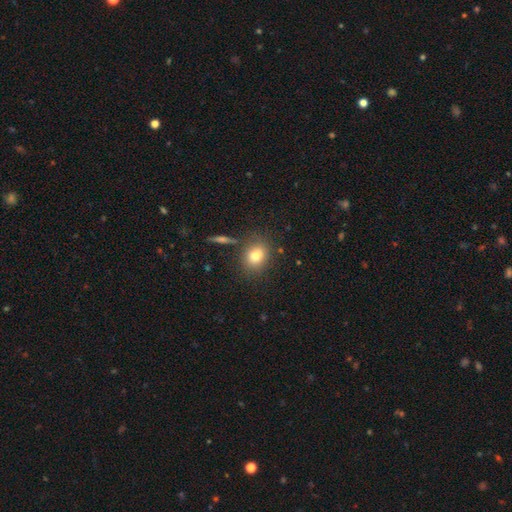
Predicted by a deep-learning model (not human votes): smooth-or-featured: smooth: 78% | star or artifact: 12% | featured or disk: 11%
  how-rounded: round: 60% | in between: 39% | cigar-shaped: 1%
  merging: none: 79% | minor disturbance: 11% | merger: 6% | major disturbance: 4%